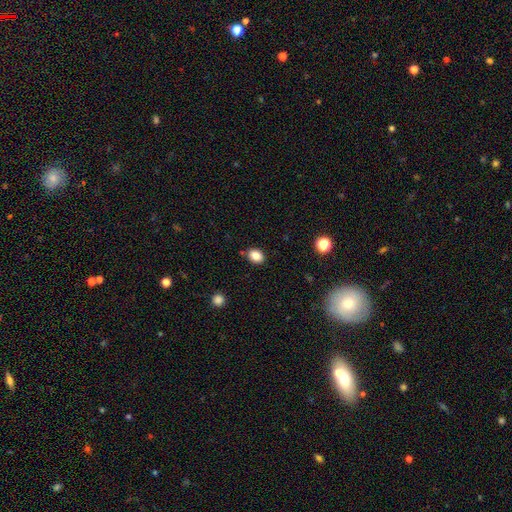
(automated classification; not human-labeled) smooth_or_featured: smooth (p=0.85) [alt: star or artifact p=0.10]
how_rounded: in between (p=0.58) [alt: round p=0.42]
merging: none (p=0.85) [alt: minor disturbance p=0.10]